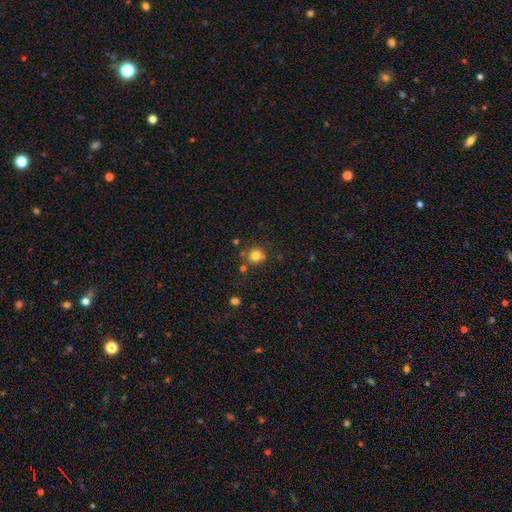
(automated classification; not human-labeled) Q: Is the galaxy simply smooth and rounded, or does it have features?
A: smooth — 80%.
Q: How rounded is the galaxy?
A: round — 90%.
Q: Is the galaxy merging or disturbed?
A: none — 77%.